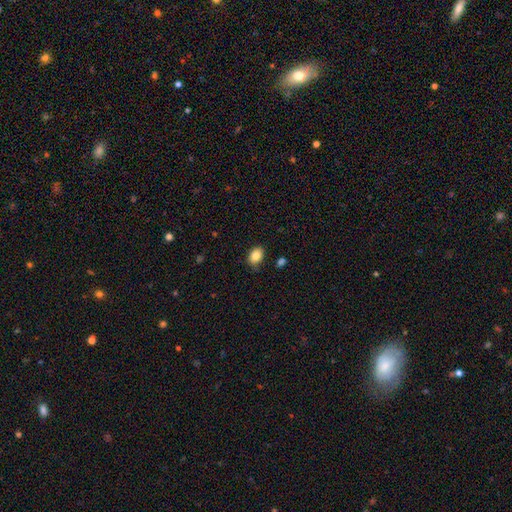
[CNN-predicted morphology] Smooth or featured?
  - smooth: 85% *
  - star or artifact: 9%
  - featured or disk: 7%
How rounded?
  - in between: 75% *
  - round: 24%
  - cigar-shaped: 1%
Merging?
  - none: 80% *
  - minor disturbance: 15%
  - major disturbance: 3%
  - merger: 2%